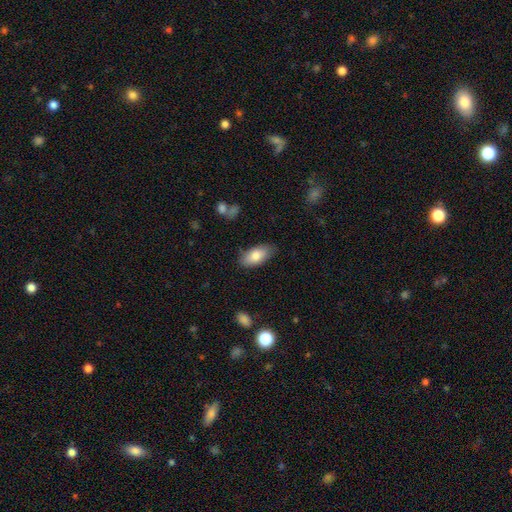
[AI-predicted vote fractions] Smooth or featured?
  - smooth: 81% *
  - featured or disk: 13%
  - star or artifact: 6%
How rounded?
  - in between: 91% *
  - cigar-shaped: 7%
  - round: 3%
Merging?
  - none: 80% *
  - minor disturbance: 15%
  - major disturbance: 3%
  - merger: 2%